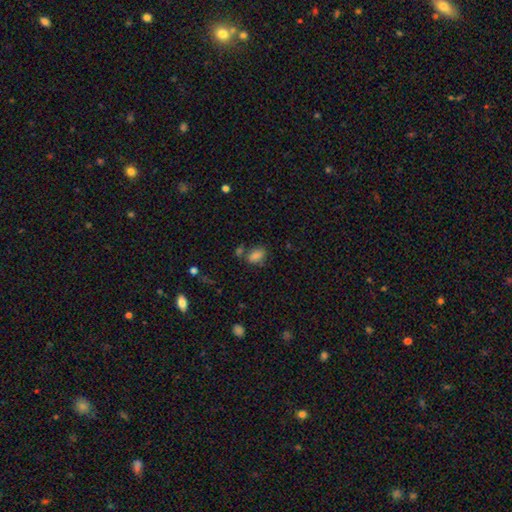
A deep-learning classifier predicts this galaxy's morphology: smooth_or_featured: smooth (p=0.77) [alt: star or artifact p=0.13]
how_rounded: in between (p=0.76) [alt: round p=0.23]
merging: none (p=0.63) [alt: minor disturbance p=0.16]